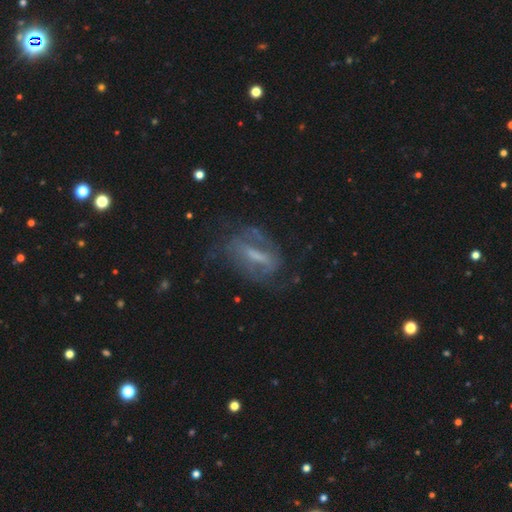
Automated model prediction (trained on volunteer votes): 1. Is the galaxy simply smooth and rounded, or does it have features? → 70% featured or disk, 20% smooth, 10% star or artifact.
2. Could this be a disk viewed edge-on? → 85% no, 15% yes.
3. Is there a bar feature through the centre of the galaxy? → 53% strong, 33% weak, 15% no.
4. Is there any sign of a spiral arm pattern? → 70% yes, 30% no.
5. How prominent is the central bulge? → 34% small, 29% none, 29% moderate, 7% large, 1% dominant.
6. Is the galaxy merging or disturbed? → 57% none, 21% minor disturbance, 20% major disturbance, 2% merger.